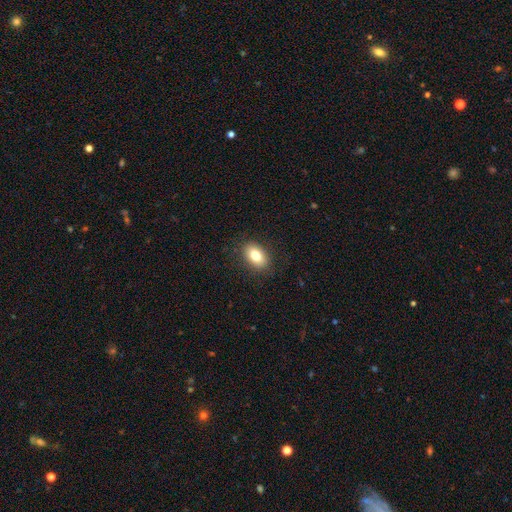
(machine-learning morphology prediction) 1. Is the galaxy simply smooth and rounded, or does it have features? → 80% smooth, 11% featured or disk, 9% star or artifact.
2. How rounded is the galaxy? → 85% in between, 13% round, 1% cigar-shaped.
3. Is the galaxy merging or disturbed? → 88% none, 9% minor disturbance, 2% major disturbance, 1% merger.